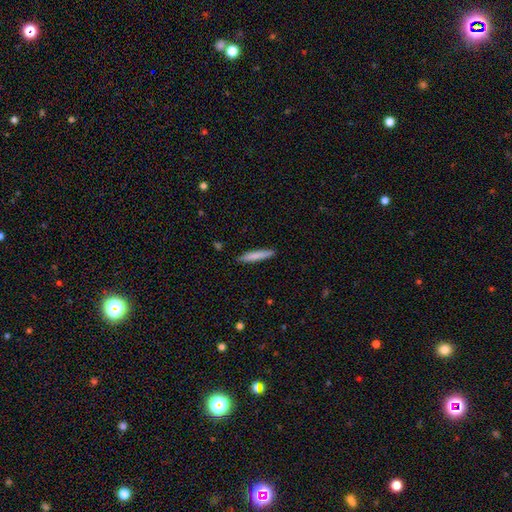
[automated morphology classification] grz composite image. It shows a smooth galaxy with no disk features (79%) that is cigar-shaped (93%). Merging: none (89%).